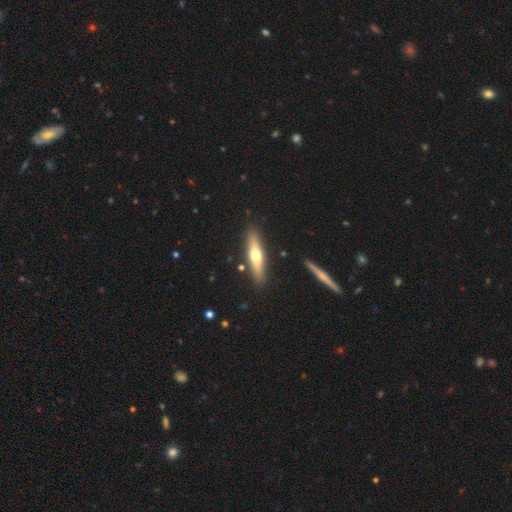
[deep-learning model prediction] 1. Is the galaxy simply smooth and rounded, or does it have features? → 49% smooth, 45% featured or disk, 5% star or artifact.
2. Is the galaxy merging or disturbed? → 87% none, 8% minor disturbance, 3% merger, 2% major disturbance.